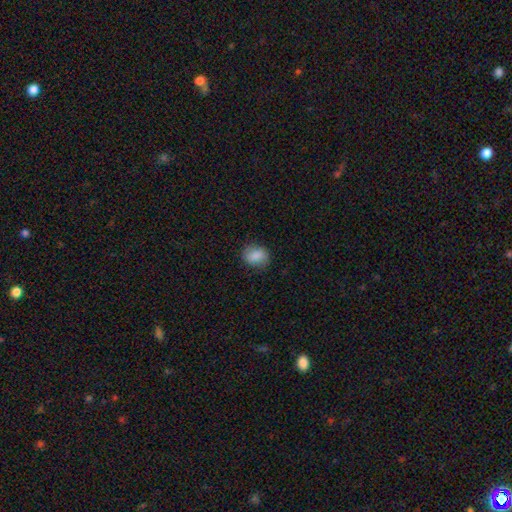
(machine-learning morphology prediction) This is clearly a smooth galaxy (86%). How rounded: possibly round (51%). Merging: clearly none (81%).